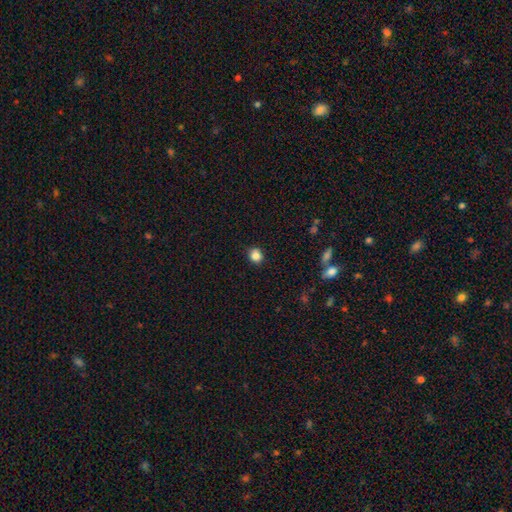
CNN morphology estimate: The model was most divided on "how rounded": round: 78%, in between: 21%, cigar-shaped: 1%. More confident: merging — none (86%); smooth or featured — smooth (84%).